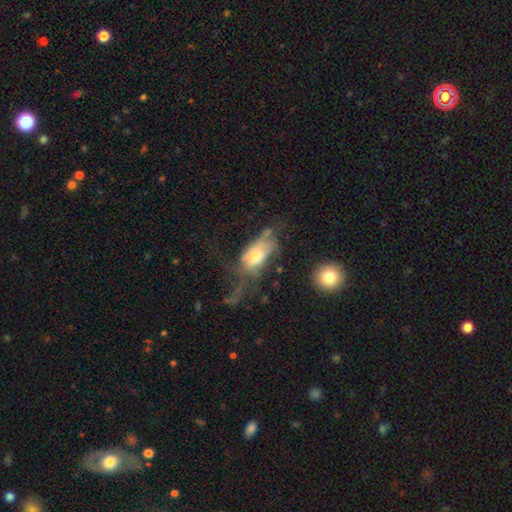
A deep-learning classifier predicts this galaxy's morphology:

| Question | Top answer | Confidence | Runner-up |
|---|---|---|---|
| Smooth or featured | smooth | 46% | featured or disk (45%) |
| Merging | major disturbance | 54% | none (21%) |